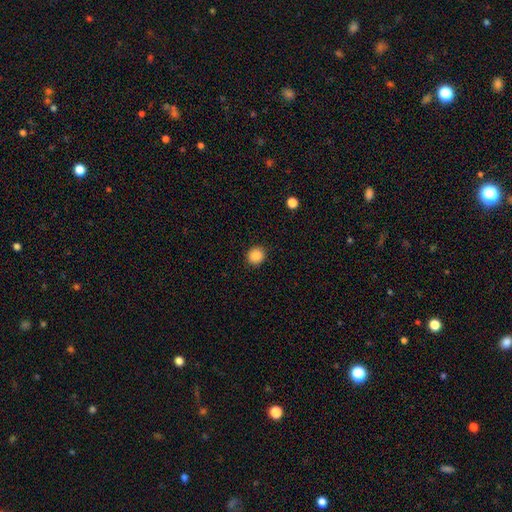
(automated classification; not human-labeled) smooth_or_featured: smooth (p=0.86) [alt: star or artifact p=0.10]
how_rounded: round (p=0.89) [alt: in between p=0.10]
merging: none (p=0.92) [alt: minor disturbance p=0.05]